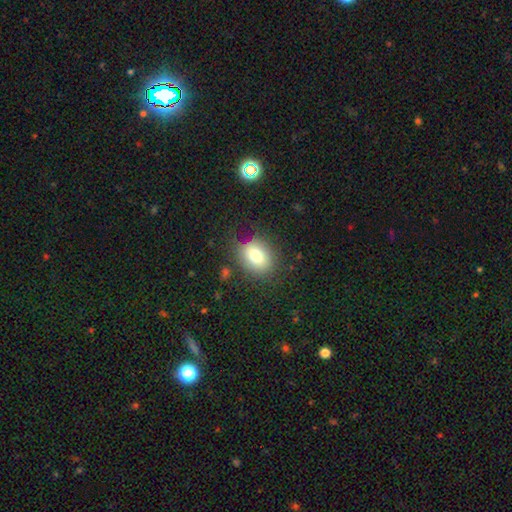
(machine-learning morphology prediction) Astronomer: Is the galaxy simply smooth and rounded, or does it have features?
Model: smooth — 75%.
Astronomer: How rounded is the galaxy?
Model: round — 54% (runner-up: in between, 45%).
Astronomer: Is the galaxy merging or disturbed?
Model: none — 79%.